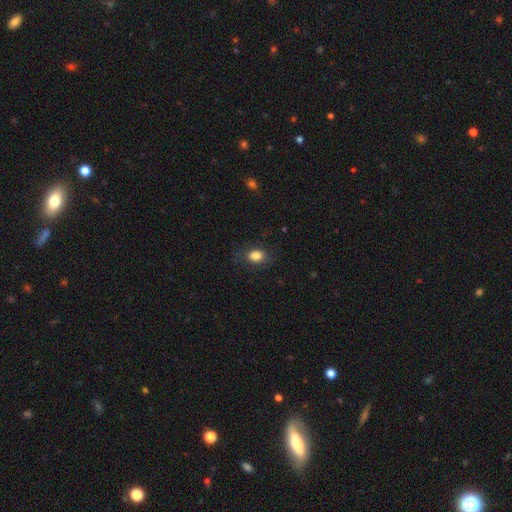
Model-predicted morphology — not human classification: smooth 84%, star or artifact 9%, featured or disk 7%. Down the decision tree: how rounded — in between (68%); merging — none (80%).